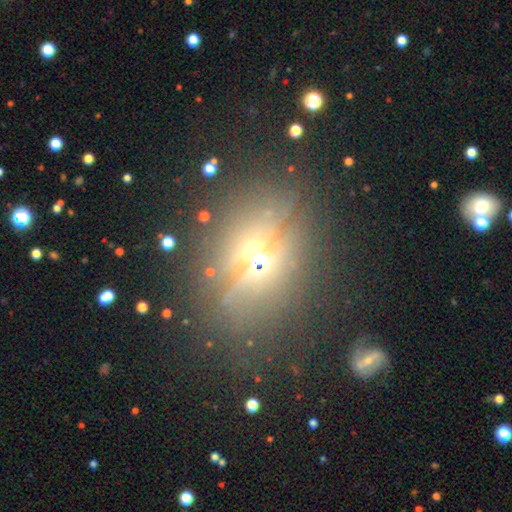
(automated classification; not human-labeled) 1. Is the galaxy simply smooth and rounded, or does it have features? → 48% featured or disk, 26% smooth, 25% star or artifact.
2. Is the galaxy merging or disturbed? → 70% none, 15% minor disturbance, 11% major disturbance, 4% merger.